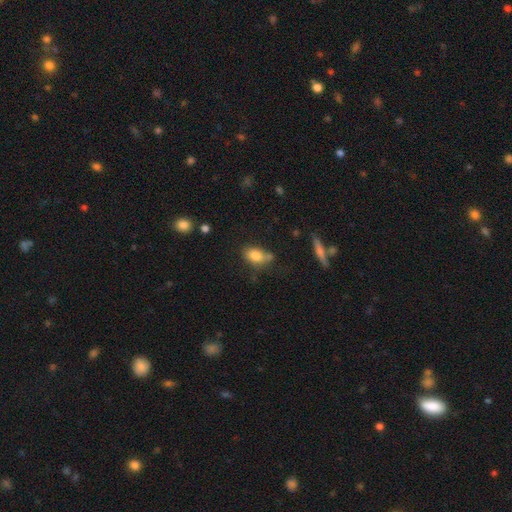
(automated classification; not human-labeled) This is clearly a smooth galaxy (81%). How rounded: clearly in between (83%). Merging: possibly none (57%).